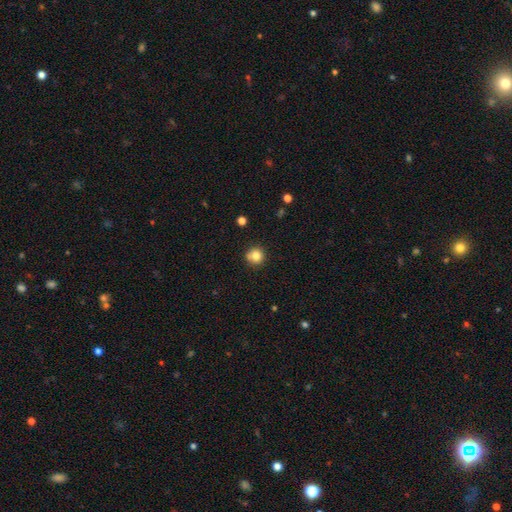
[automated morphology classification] smooth_or_featured: smooth (p=0.80) [alt: star or artifact p=0.11]
how_rounded: round (p=0.92) [alt: in between p=0.07]
merging: none (p=0.74) [alt: minor disturbance p=0.13]